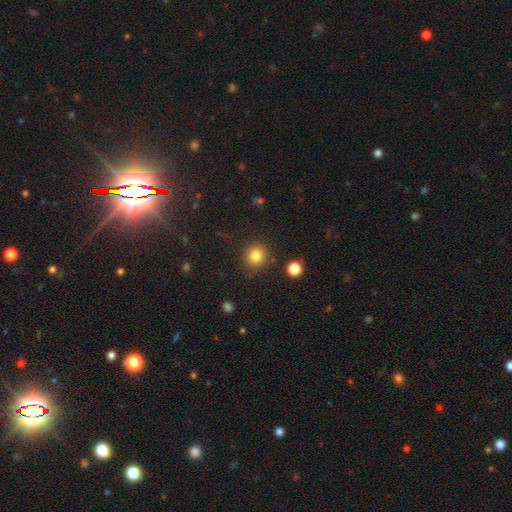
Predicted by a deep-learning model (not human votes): smooth 83%, star or artifact 12%, featured or disk 6%. Down the decision tree: how rounded — round (90%); merging — none (86%).